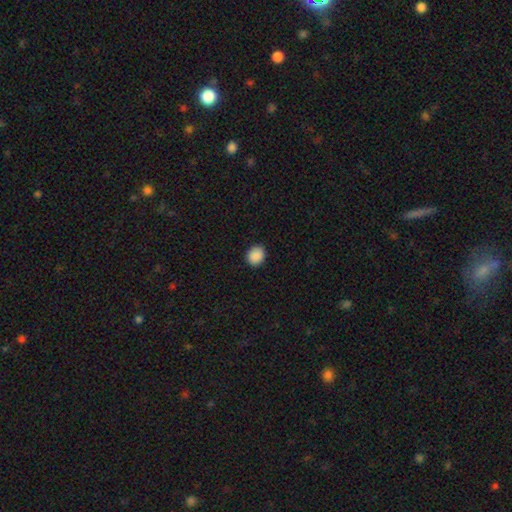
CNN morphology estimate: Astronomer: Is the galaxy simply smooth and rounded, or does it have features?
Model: smooth — 90%.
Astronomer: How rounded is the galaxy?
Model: round — 66%.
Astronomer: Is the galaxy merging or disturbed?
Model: none — 89%.